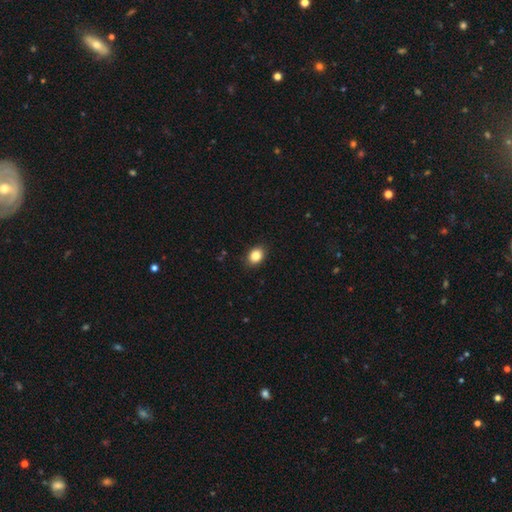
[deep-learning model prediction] Morphology: type=smooth (85%); roundness=in between (60%); merging=none (88%).